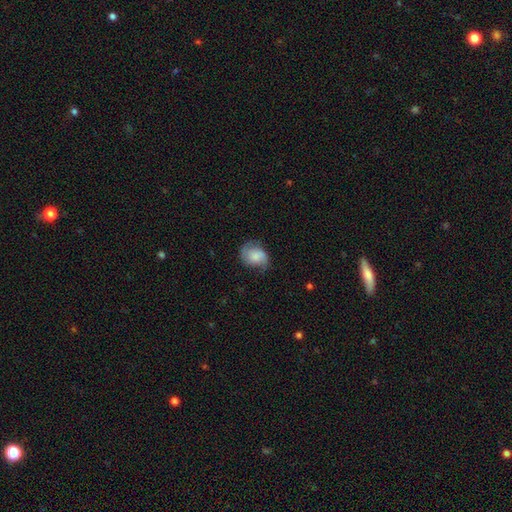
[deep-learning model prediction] This appears to be a smooth galaxy with no disk features (47%). Merging: none (59%).